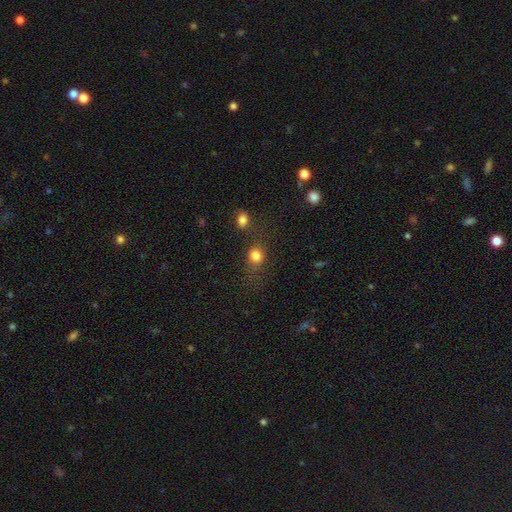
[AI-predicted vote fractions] A smooth galaxy with no disk features (80%) that is round (72%).

Vote fractions:
- Smooth or featured? smooth: 80% / star or artifact: 13% / featured or disk: 6%
- How rounded? round: 72% / in between: 26% / cigar-shaped: 2%
- Merging? none: 61% / merger: 15% / minor disturbance: 14% / major disturbance: 9%